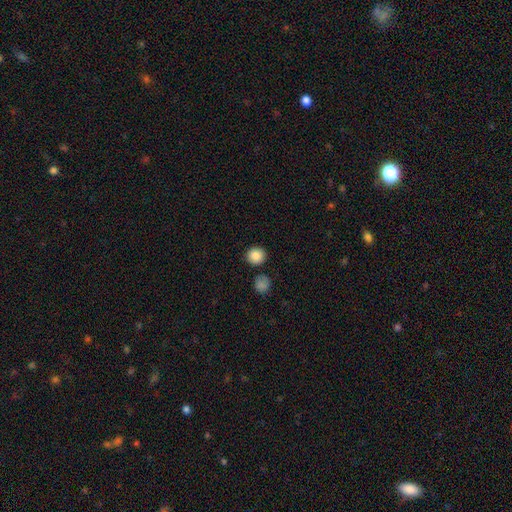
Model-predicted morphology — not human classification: Smooth or featured? Predicted: smooth (p=0.87). How rounded? Predicted: round (p=0.90). Merging? Predicted: none (p=0.86).